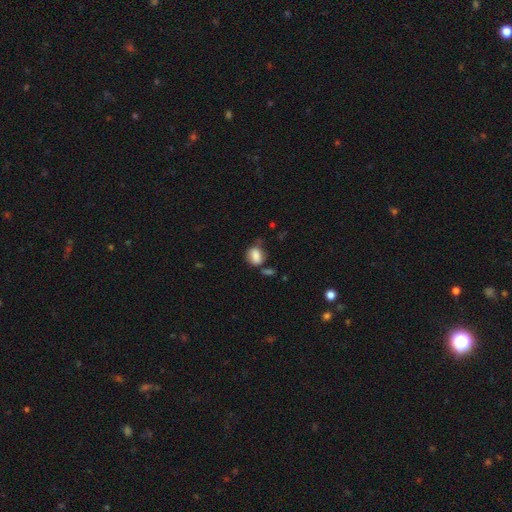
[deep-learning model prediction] The model was most divided on "merging": none: 51%, minor disturbance: 27%, merger: 13%, major disturbance: 10%. More confident: smooth or featured — smooth (80%); how rounded — in between (62%).